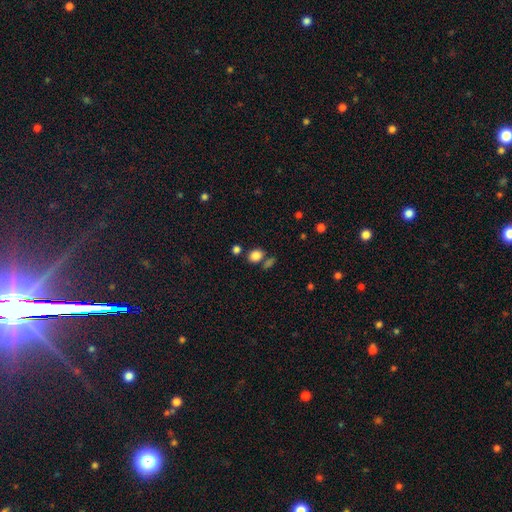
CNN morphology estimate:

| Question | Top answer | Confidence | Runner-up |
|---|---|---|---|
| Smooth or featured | smooth | 84% | star or artifact (11%) |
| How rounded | in between | 54% | round (45%) |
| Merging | none | 68% | merger (16%) |